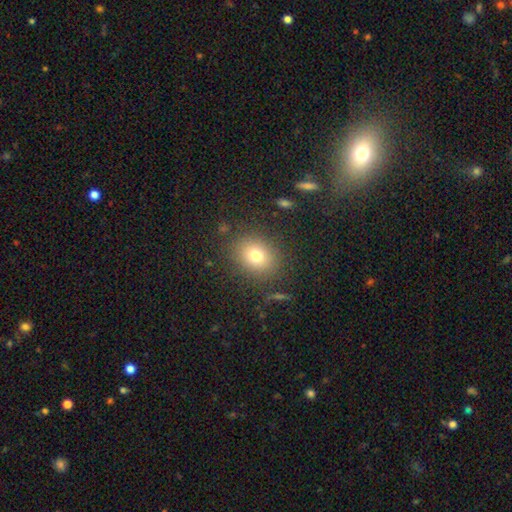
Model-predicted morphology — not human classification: Smooth or featured?
  - smooth: 75% *
  - star or artifact: 14%
  - featured or disk: 11%
How rounded?
  - round: 62% *
  - in between: 37%
  - cigar-shaped: 1%
Merging?
  - none: 85% *
  - minor disturbance: 9%
  - major disturbance: 4%
  - merger: 2%